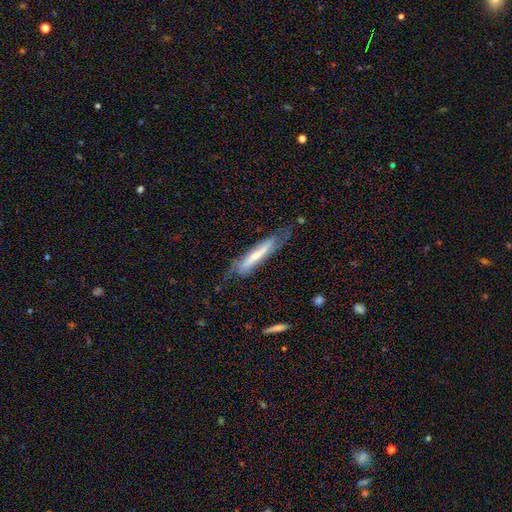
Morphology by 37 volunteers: smooth_or_featured: featured or disk (p=0.65) [alt: smooth p=0.32]
disk_edge_on: yes (p=0.62) [alt: no p=0.38]
edge_on_bulge: none (p=0.67) [alt: rounded p=0.33]
merging: none (p=0.56) [alt: minor disturbance p=0.36]